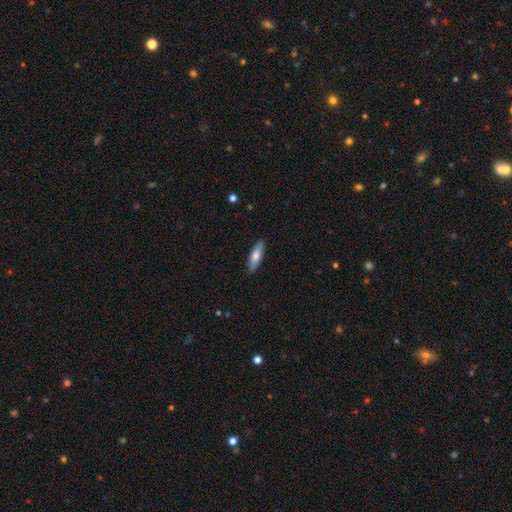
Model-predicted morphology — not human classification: Overall: smooth (73%). How rounded: cigar-shaped (49%, tied with in between). Merging: none (88%).